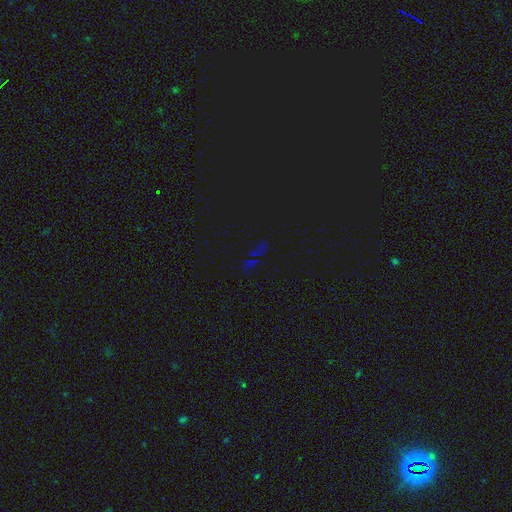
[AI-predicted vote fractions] Q: Smooth or featured?
A: star or artifact (71%); runner-up: smooth (20%)